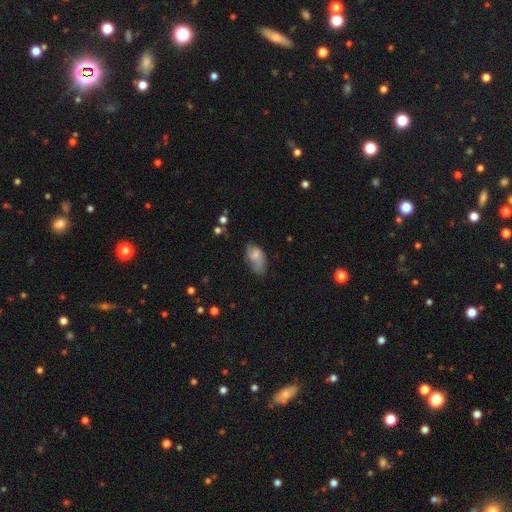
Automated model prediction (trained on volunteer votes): Smooth or featured? Predicted: smooth (p=0.69). How rounded? Predicted: in between (p=0.91). Merging? Predicted: none (p=0.43).